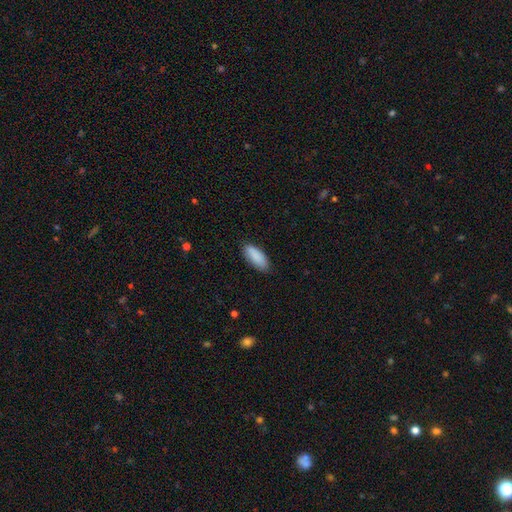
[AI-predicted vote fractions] The model was most divided on "how rounded": in between: 81%, cigar-shaped: 18%, round: 2%. More confident: smooth or featured — smooth (89%); merging — none (83%).